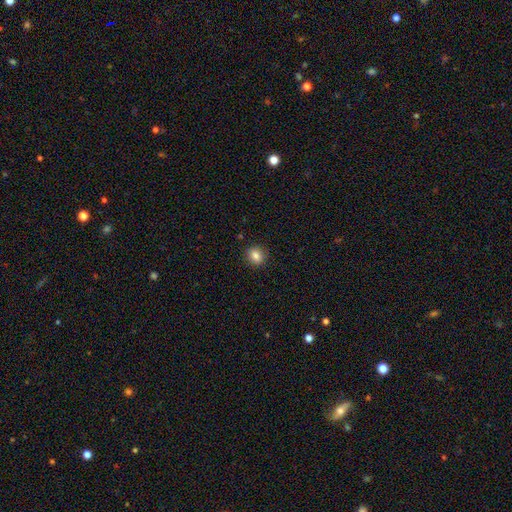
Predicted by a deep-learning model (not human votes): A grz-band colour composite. It shows a smooth galaxy with no disk features (84%) that is round (77%). Merging: none (90%).